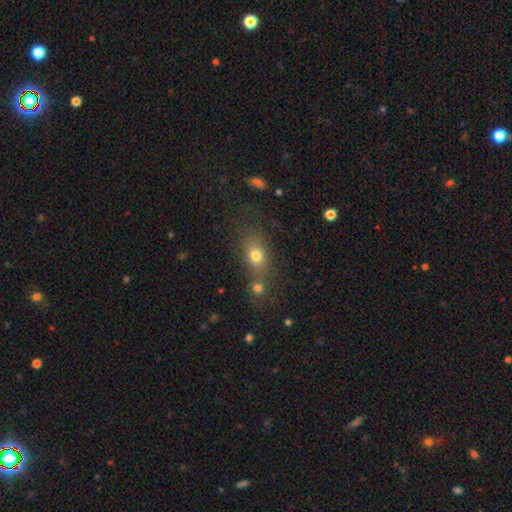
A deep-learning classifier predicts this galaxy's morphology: Smooth or featured: smooth — 73% (star or artifact — 15%)
How rounded: in between — 57% (round — 36%)
Merging: none — 52% (merger — 28%)